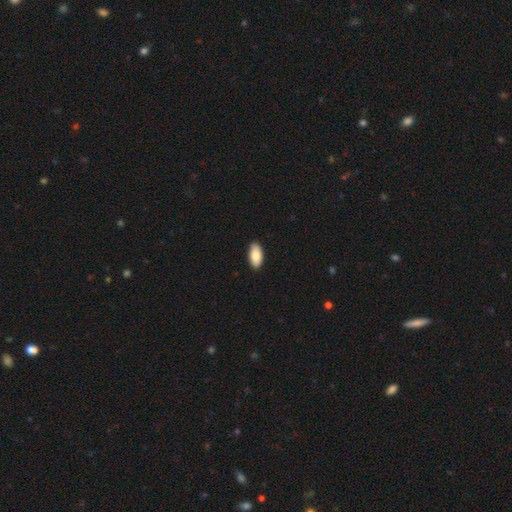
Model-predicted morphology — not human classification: Overall: smooth (84%). How rounded: in between (93%). Merging: none (88%).